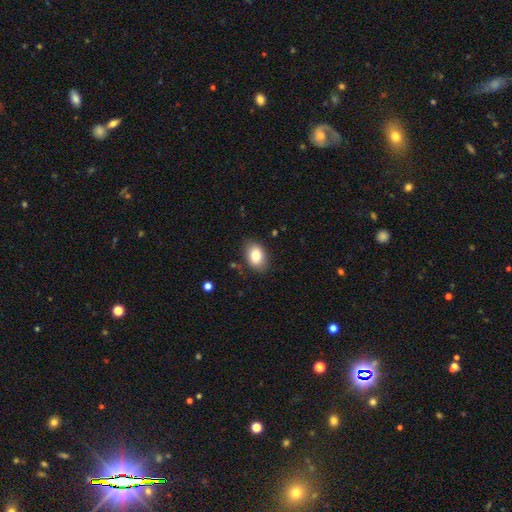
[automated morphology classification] smooth_or_featured: smooth (p=0.82) [alt: featured or disk p=0.10]
how_rounded: in between (p=0.79) [alt: round p=0.20]
merging: none (p=0.84) [alt: minor disturbance p=0.12]